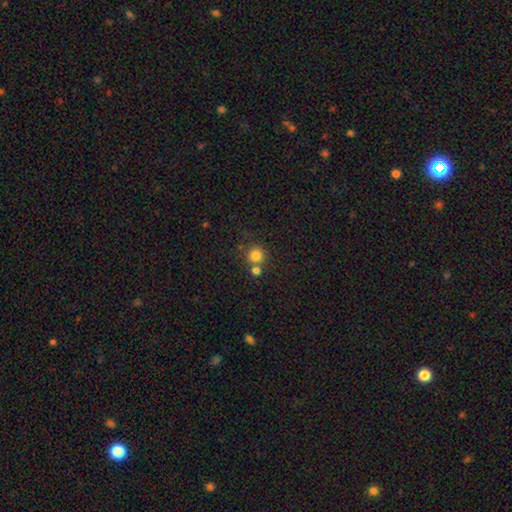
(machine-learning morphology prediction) smooth 80%, star or artifact 13%, featured or disk 7%. Down the decision tree: how rounded — round (93%); merging — none (63%).